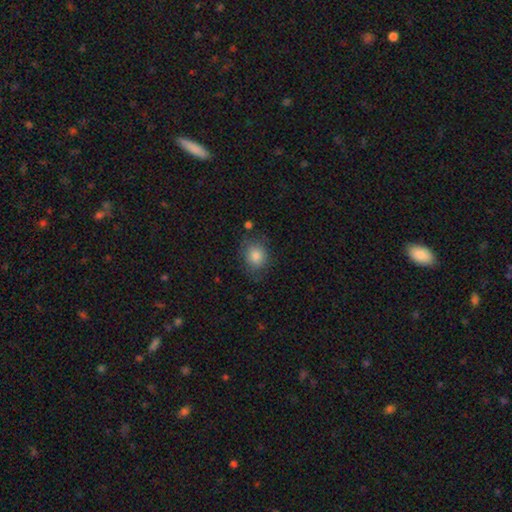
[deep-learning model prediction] Smooth or featured? smooth (81%)
How rounded? round (67%)
Merging? none (72%)